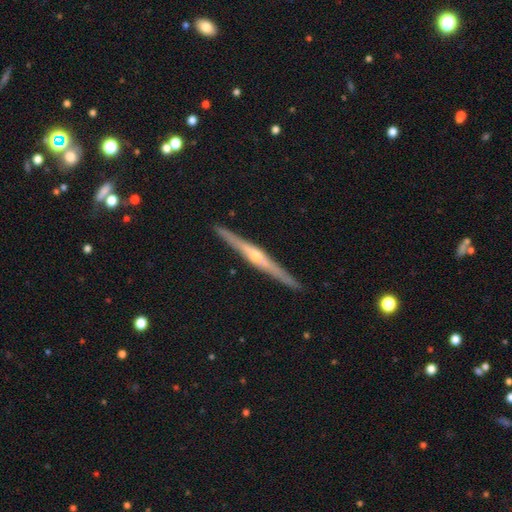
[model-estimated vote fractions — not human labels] Smooth or featured? featured or disk (82%)
Edge-on disk? yes (98%)
Edge-on bulge? rounded (80%)
Merging? none (92%)